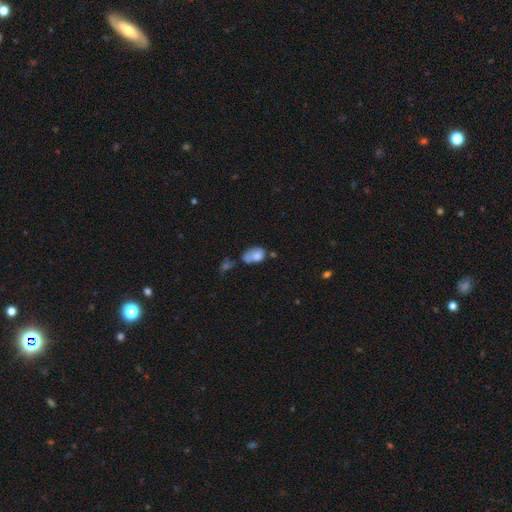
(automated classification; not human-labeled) A smooth galaxy with no disk features (72%) that is in between round and cigar-shaped (79%).

Vote fractions:
- Smooth or featured? smooth: 72% / featured or disk: 18% / star or artifact: 10%
- How rounded? in between: 79% / round: 19% / cigar-shaped: 2%
- Merging? merger: 42% / none: 23% / minor disturbance: 19% / major disturbance: 15%